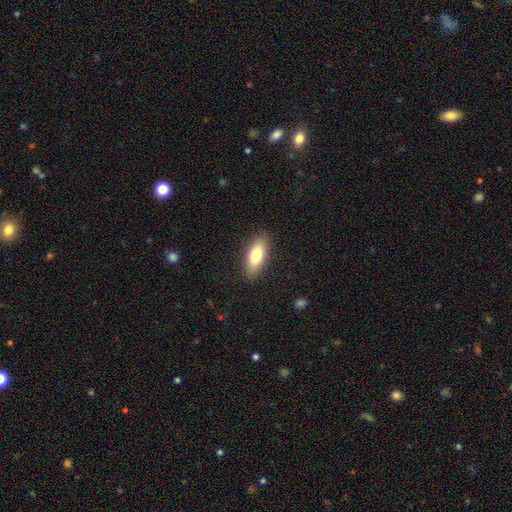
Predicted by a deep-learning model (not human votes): Q: Smooth or featured?
A: smooth (80%); runner-up: featured or disk (13%)
Q: How rounded?
A: in between (75%); runner-up: cigar-shaped (23%)
Q: Merging?
A: none (87%); runner-up: minor disturbance (9%)